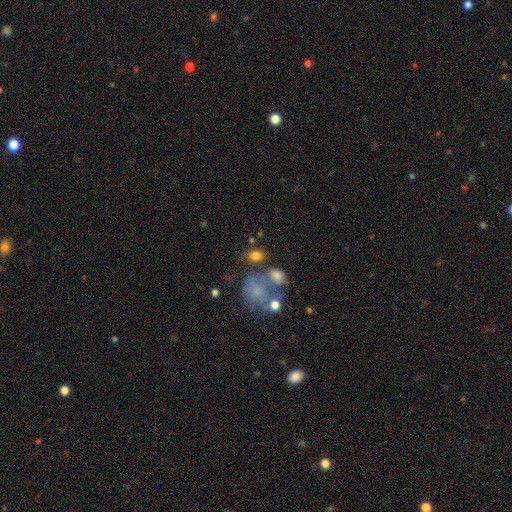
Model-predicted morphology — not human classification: Smooth or featured: smooth — 75% (featured or disk — 13%)
How rounded: in between — 70% (round — 29%)
Merging: none — 54% (merger — 20%)